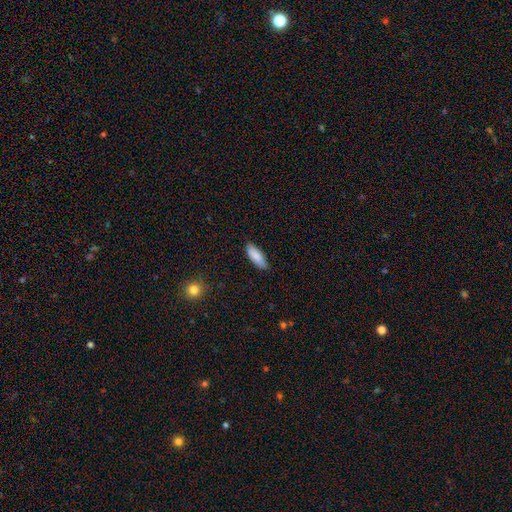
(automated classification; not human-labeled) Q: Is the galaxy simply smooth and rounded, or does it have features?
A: smooth — 87%.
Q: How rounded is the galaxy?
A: in between — 70%.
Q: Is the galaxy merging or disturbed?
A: none — 84%.